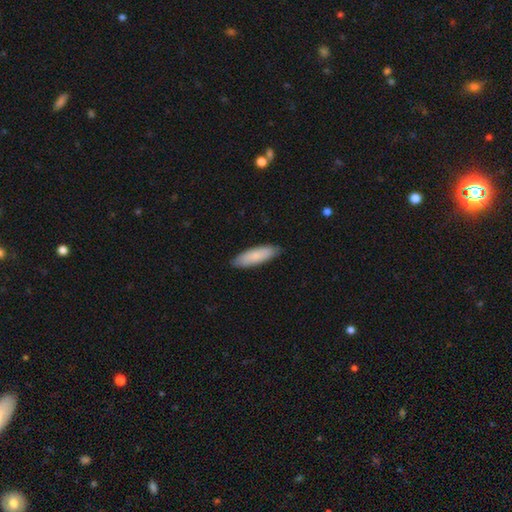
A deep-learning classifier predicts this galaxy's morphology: Smooth or featured: smooth — 83% (featured or disk — 12%)
How rounded: cigar-shaped — 50% (in between — 49%)
Merging: none — 87% (minor disturbance — 10%)